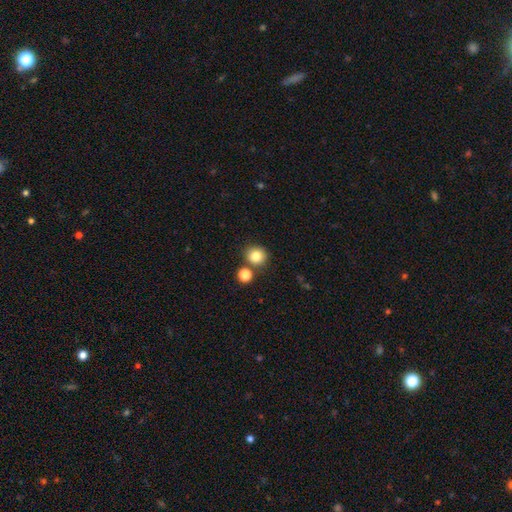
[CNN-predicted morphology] A smooth galaxy with no disk features (82%) that is round (88%).

Vote fractions:
- Smooth or featured? smooth: 82% / star or artifact: 11% / featured or disk: 6%
- How rounded? round: 88% / in between: 11% / cigar-shaped: 1%
- Merging? none: 76% / merger: 13% / minor disturbance: 8% / major disturbance: 3%